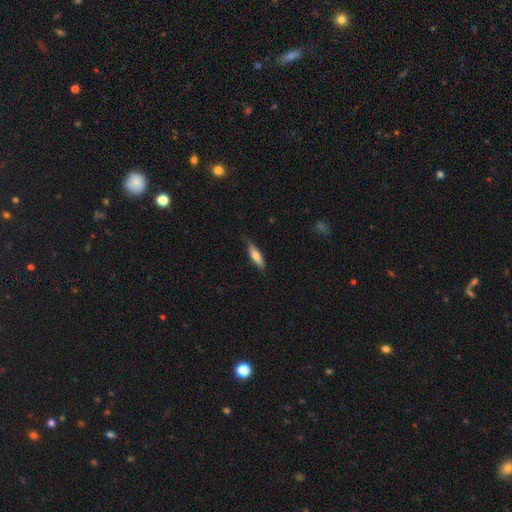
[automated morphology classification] Overall: smooth (71%). How rounded: cigar-shaped (62%; in between 36%). Merging: none (78%).